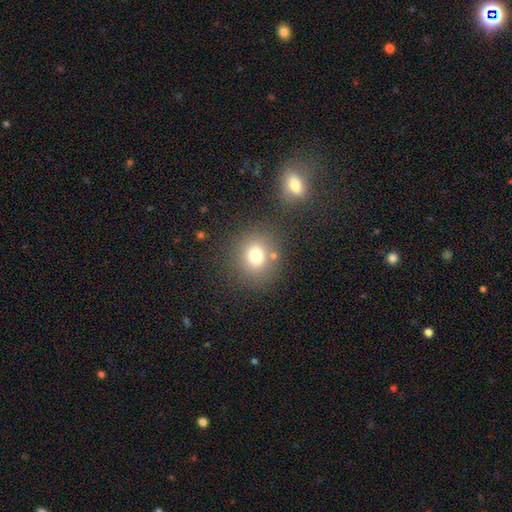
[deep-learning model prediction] Q: Smooth or featured?
A: smooth (76%); runner-up: star or artifact (14%)
Q: How rounded?
A: round (82%); runner-up: in between (18%)
Q: Merging?
A: none (74%); runner-up: merger (11%)